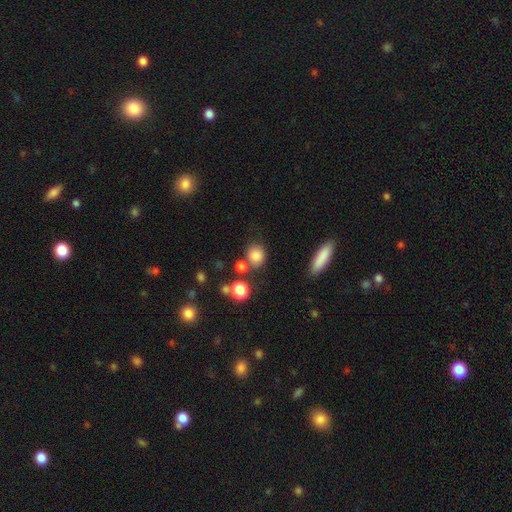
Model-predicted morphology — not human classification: A smooth galaxy with no disk features (82%) that is round (78%).

Vote fractions:
- Smooth or featured? smooth: 82% / star or artifact: 12% / featured or disk: 6%
- How rounded? round: 78% / in between: 21% / cigar-shaped: 1%
- Merging? none: 70% / merger: 13% / minor disturbance: 12% / major disturbance: 4%